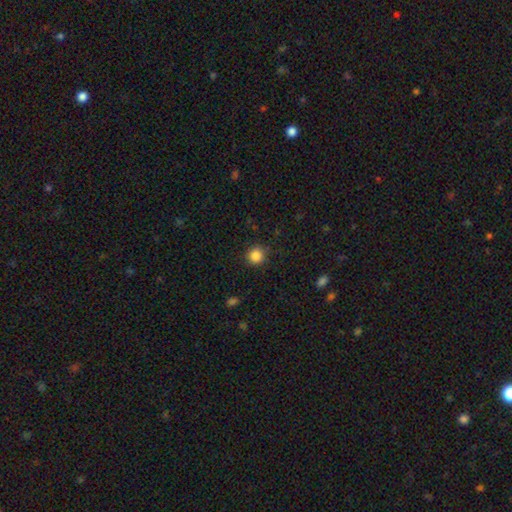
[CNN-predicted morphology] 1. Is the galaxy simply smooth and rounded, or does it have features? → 86% smooth, 11% star or artifact, 4% featured or disk.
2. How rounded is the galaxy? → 93% round, 6% in between, 1% cigar-shaped.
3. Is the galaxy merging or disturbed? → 88% none, 8% minor disturbance, 3% major disturbance, 1% merger.